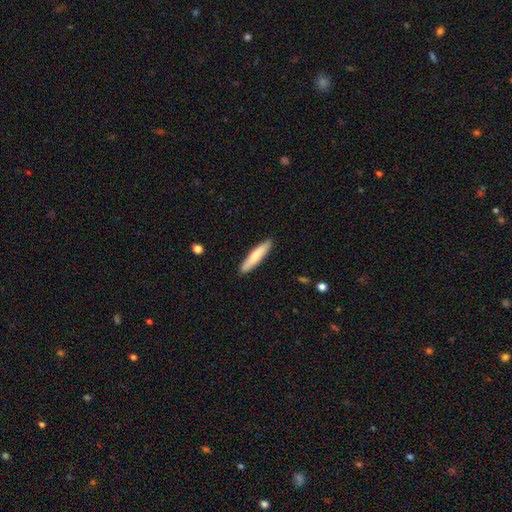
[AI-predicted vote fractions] A smooth galaxy with no disk features (77%) that is cigar-shaped (88%).

Vote fractions:
- Smooth or featured? smooth: 77% / featured or disk: 18% / star or artifact: 5%
- How rounded? cigar-shaped: 88% / in between: 11% / round: 1%
- Merging? none: 90% / minor disturbance: 7% / major disturbance: 1% / merger: 1%